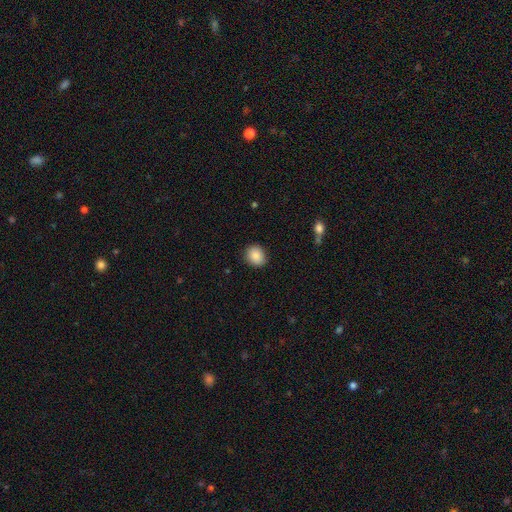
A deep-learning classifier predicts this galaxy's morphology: Smooth or featured: smooth — 88% (star or artifact — 8%)
How rounded: round — 70% (in between — 29%)
Merging: none — 88% (minor disturbance — 9%)